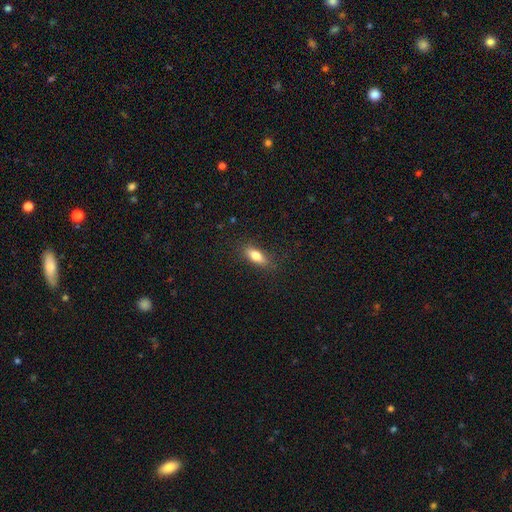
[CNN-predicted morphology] Smooth or featured: smooth — 75% (featured or disk — 17%)
How rounded: in between — 66% (cigar-shaped — 30%)
Merging: none — 83% (minor disturbance — 12%)